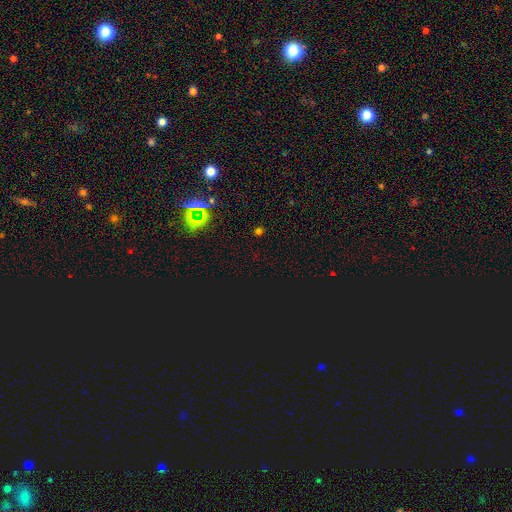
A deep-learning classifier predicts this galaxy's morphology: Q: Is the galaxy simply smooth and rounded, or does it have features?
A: star or artifact — 68%.